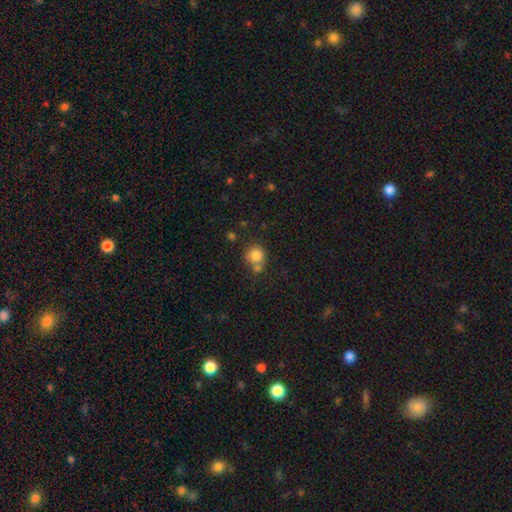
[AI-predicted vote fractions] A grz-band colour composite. It shows a smooth galaxy with no disk features (81%) that is round (86%). Merging: none (52%).